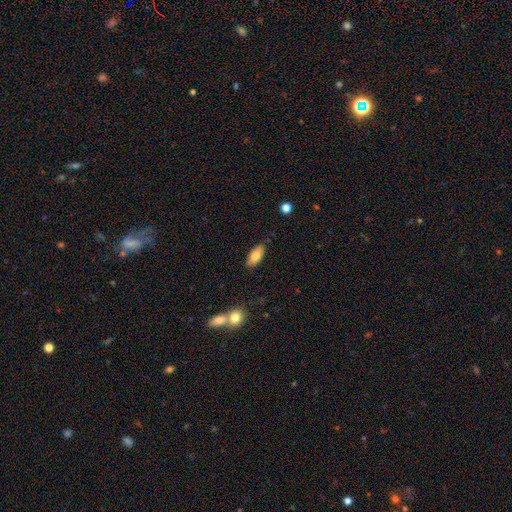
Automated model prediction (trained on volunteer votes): A smooth galaxy with no disk features (80%) that is in between round and cigar-shaped (87%). Merging: none (85%).